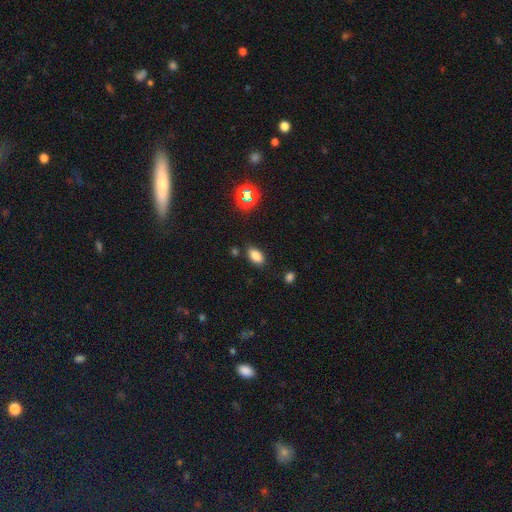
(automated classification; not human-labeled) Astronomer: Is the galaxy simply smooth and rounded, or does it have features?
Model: smooth — 81%.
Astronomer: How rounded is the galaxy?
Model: in between — 90%.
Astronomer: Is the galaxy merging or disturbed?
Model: none — 83%.